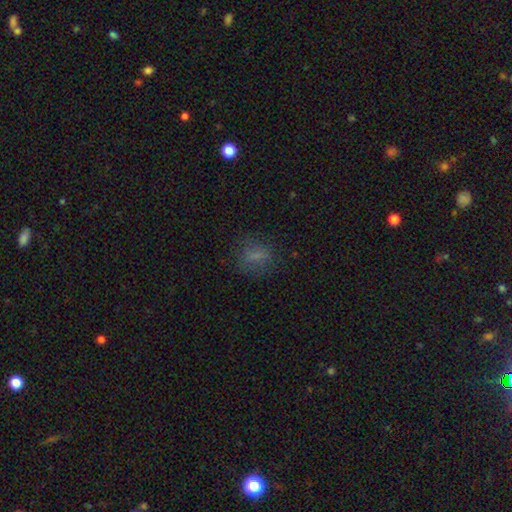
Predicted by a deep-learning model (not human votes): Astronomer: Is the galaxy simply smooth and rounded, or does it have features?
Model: smooth — 70%.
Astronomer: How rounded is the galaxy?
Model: round — 50% (runner-up: in between, 46%).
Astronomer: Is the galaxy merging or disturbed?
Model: none — 75%.